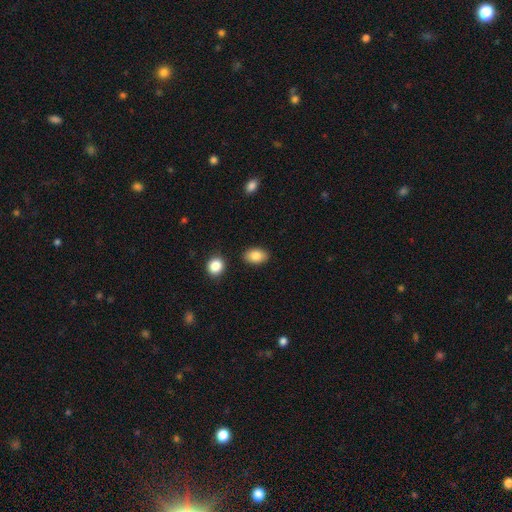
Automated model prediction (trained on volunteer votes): smooth 86%, star or artifact 8%, featured or disk 6%. Down the decision tree: how rounded — in between (86%); merging — none (85%).